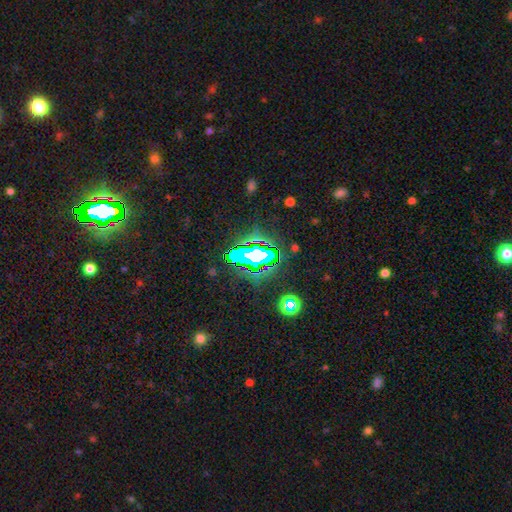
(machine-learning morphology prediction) Smooth or featured? Predicted: star or artifact (p=0.64).